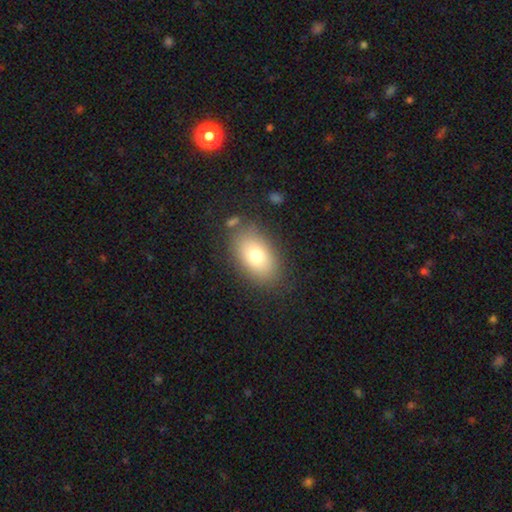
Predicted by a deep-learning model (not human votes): Overall: smooth (76%). How rounded: in between (88%). Merging: none (81%).